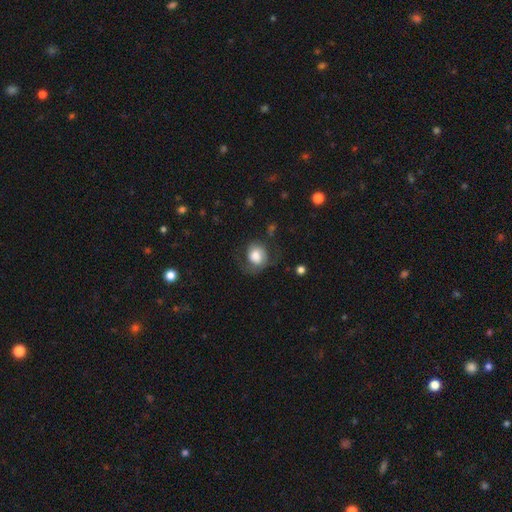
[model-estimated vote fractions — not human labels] smooth-or-featured: smooth: 66% | featured or disk: 26% | star or artifact: 8%
  how-rounded: round: 69% | in between: 31% | cigar-shaped: 1%
  merging: none: 48% | minor disturbance: 26% | major disturbance: 24% | merger: 2%